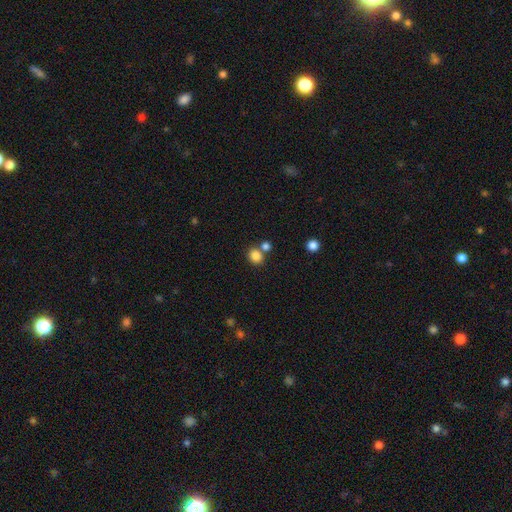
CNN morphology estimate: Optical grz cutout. It shows a smooth galaxy with no disk features (84%) that is round (68%). Merging: none (61%).